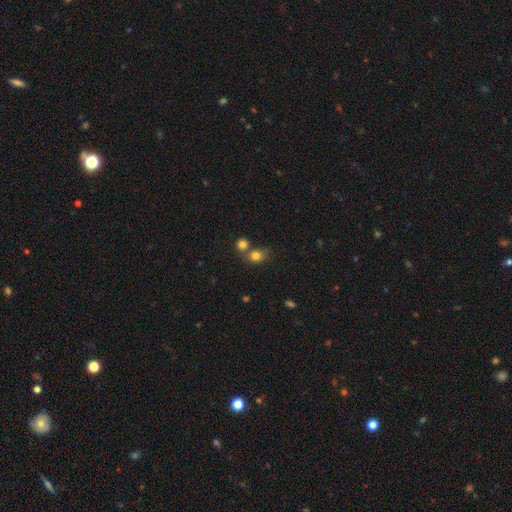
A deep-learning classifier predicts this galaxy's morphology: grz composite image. It shows a smooth galaxy with no disk features (80%) that is round (70%). Merging: none (50%).